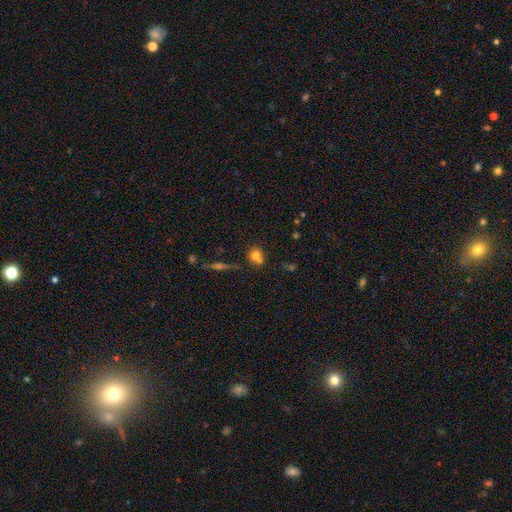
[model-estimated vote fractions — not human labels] A smooth galaxy with no disk features (72%) that is round (81%). Merging: none (54%).